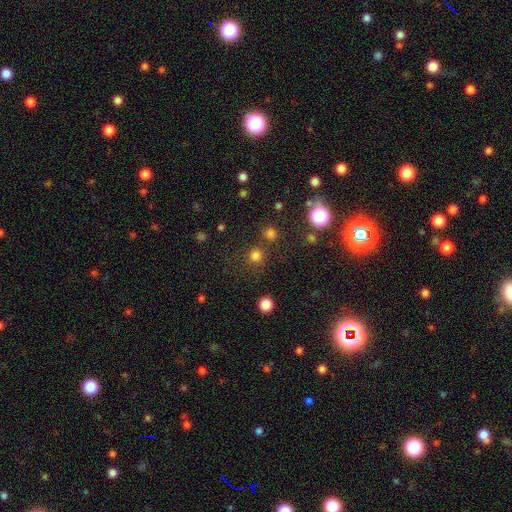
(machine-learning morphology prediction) Smooth or featured: smooth — 77% (star or artifact — 19%)
How rounded: round — 92% (in between — 7%)
Merging: none — 78% (merger — 9%)